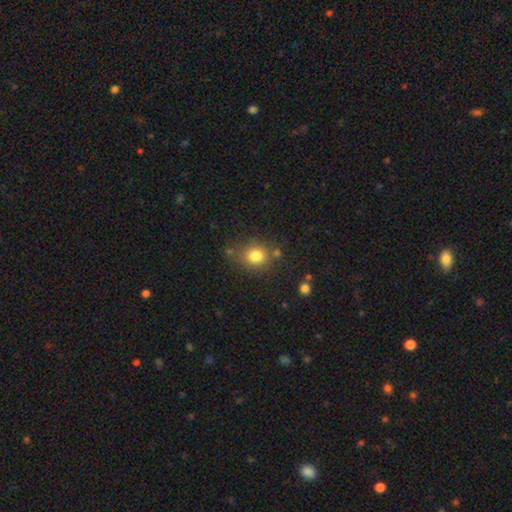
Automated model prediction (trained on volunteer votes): Morphology: type=smooth (81%); roundness=round (71%); merging=none (72%).